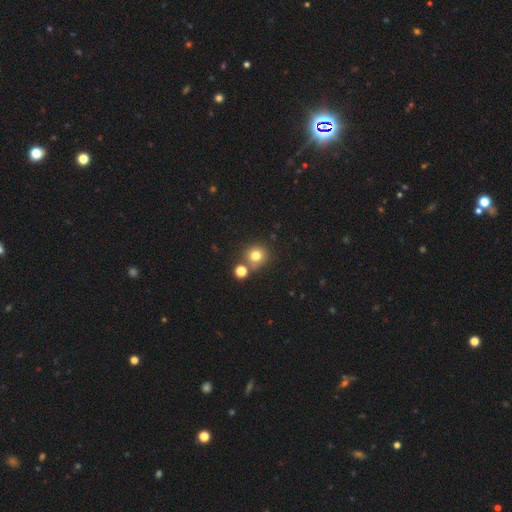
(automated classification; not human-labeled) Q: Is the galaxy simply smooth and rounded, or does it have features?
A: smooth — 76%.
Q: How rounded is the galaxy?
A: round — 89%.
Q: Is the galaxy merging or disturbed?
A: none — 70%.